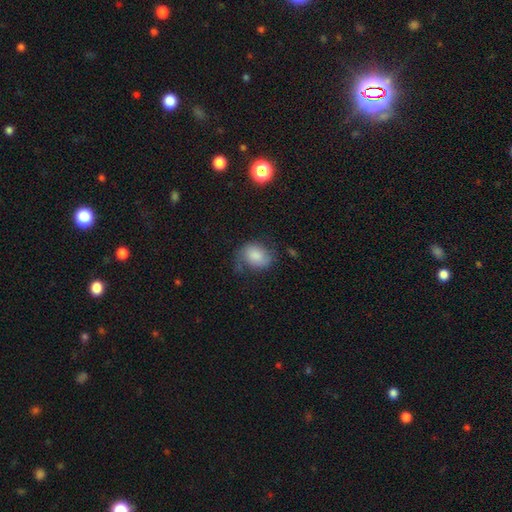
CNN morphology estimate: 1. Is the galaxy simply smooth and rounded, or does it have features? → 58% smooth, 33% featured or disk, 9% star or artifact.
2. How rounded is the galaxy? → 54% in between, 44% round, 1% cigar-shaped.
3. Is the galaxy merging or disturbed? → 48% none, 29% minor disturbance, 20% major disturbance, 3% merger.